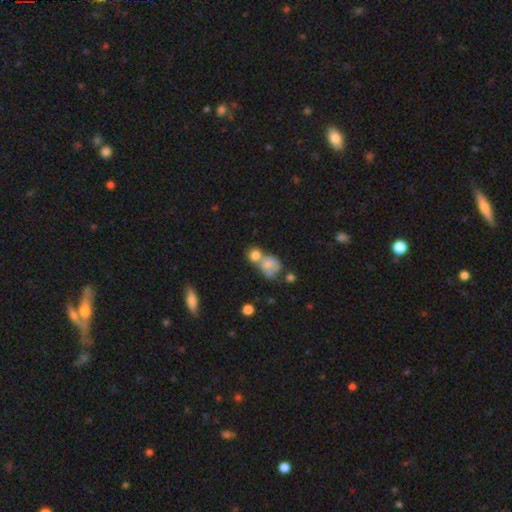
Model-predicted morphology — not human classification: Smooth or featured: smooth — 72% (featured or disk — 17%)
How rounded: round — 68% (in between — 31%)
Merging: merger — 55% (none — 31%)